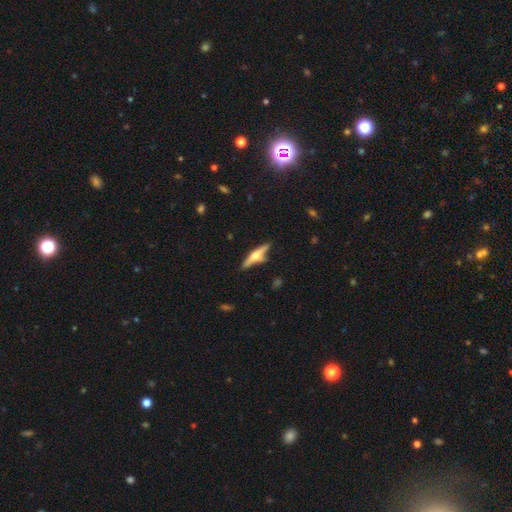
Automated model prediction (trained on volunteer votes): featured or disk 66%, smooth 27%, star or artifact 6%. Down the decision tree: edge-on disk — yes (96%); edge-on bulge — rounded (92%); merging — none (76%).